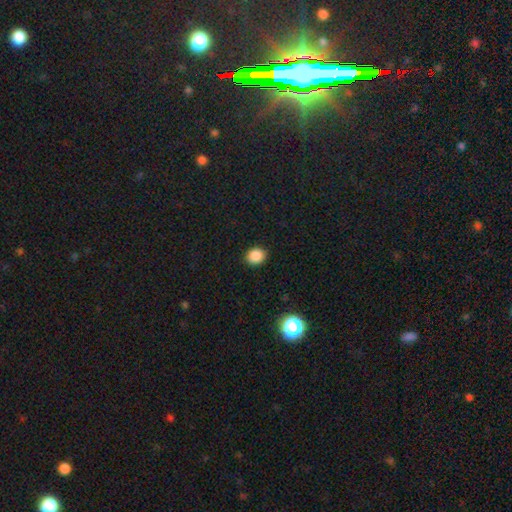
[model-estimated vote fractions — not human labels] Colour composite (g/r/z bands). It shows a smooth galaxy with no disk features (87%) that is round (65%). Merging: none (90%).